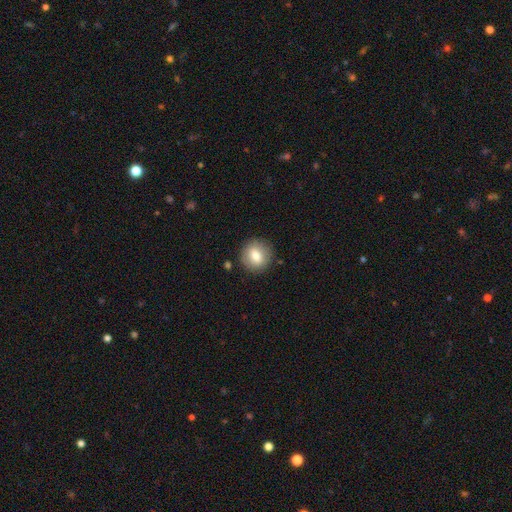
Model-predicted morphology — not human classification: Smooth or featured? smooth (75%)
How rounded? round (86%)
Merging? none (88%)